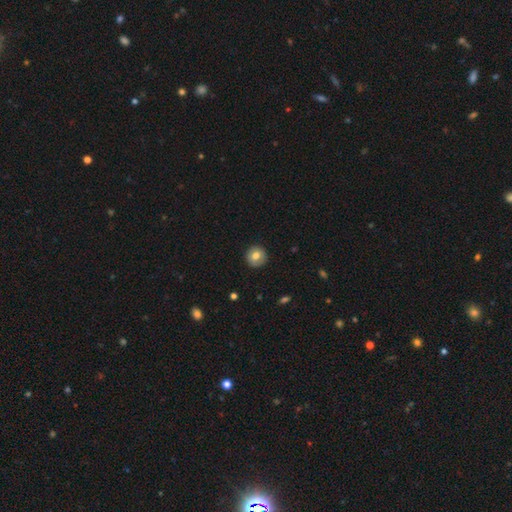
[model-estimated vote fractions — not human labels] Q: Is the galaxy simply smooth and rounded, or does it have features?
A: smooth — 76%.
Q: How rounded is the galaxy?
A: round — 94%.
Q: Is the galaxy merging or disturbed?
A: none — 90%.